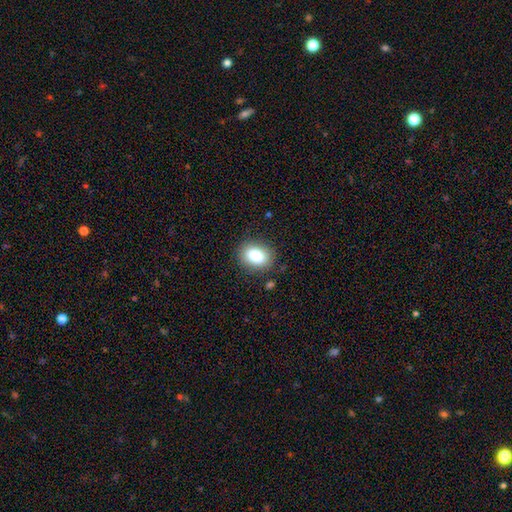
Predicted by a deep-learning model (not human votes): Overall: smooth (85%). How rounded: in between (68%; round 31%). Merging: none (85%).